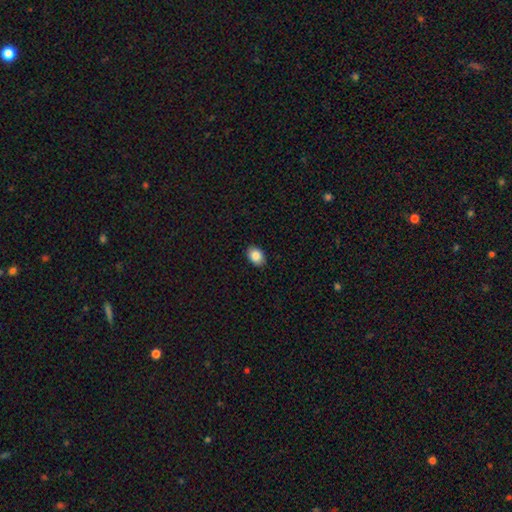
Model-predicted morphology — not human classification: smooth_or_featured: smooth (p=0.87) [alt: star or artifact p=0.08]
how_rounded: in between (p=0.79) [alt: round p=0.20]
merging: none (p=0.89) [alt: minor disturbance p=0.09]